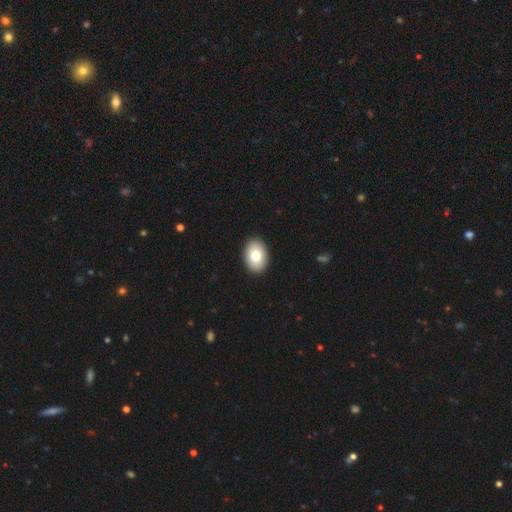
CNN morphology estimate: smooth_or_featured: smooth (p=0.79) [alt: featured or disk p=0.13]
how_rounded: in between (p=0.83) [alt: round p=0.16]
merging: none (p=0.92) [alt: minor disturbance p=0.06]